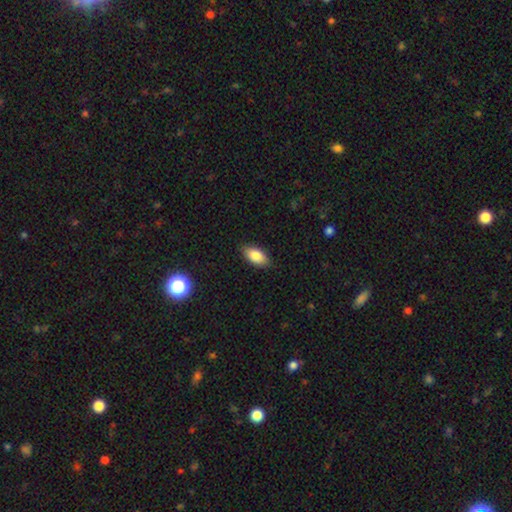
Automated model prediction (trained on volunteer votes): smooth_or_featured: smooth (p=0.85) [alt: featured or disk p=0.08]
how_rounded: in between (p=0.92) [alt: cigar-shaped p=0.04]
merging: none (p=0.87) [alt: minor disturbance p=0.10]